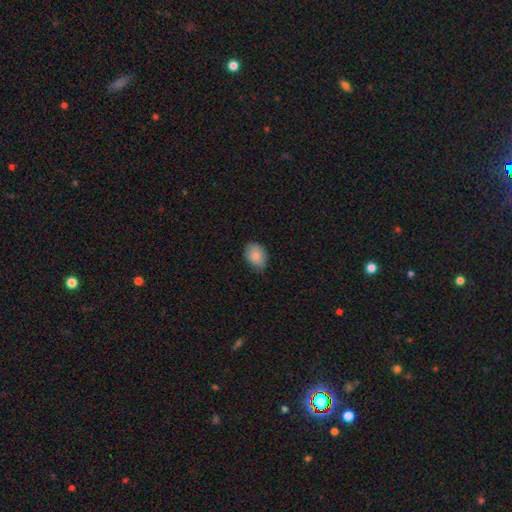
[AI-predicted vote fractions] Morphology: type=smooth (85%); roundness=in between (76%); merging=none (72%).